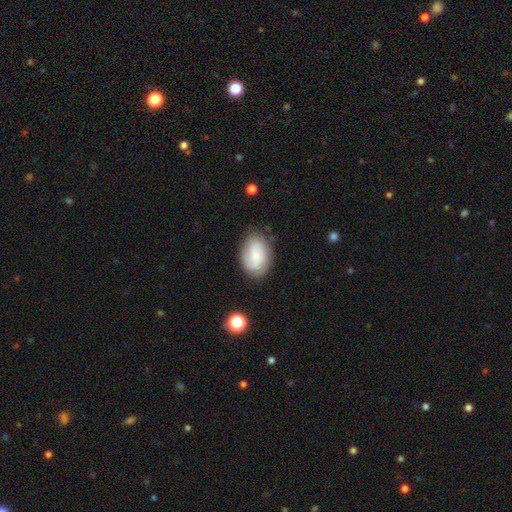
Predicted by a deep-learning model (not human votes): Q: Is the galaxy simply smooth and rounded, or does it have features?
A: smooth — 60%.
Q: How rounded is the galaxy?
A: in between — 78%.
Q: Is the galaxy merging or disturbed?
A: none — 76%.